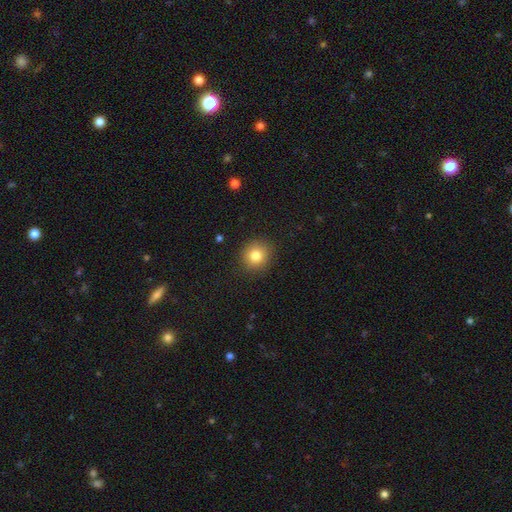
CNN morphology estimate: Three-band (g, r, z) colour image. It shows a smooth galaxy with no disk features (82%) that is round (91%). Merging: none (90%).